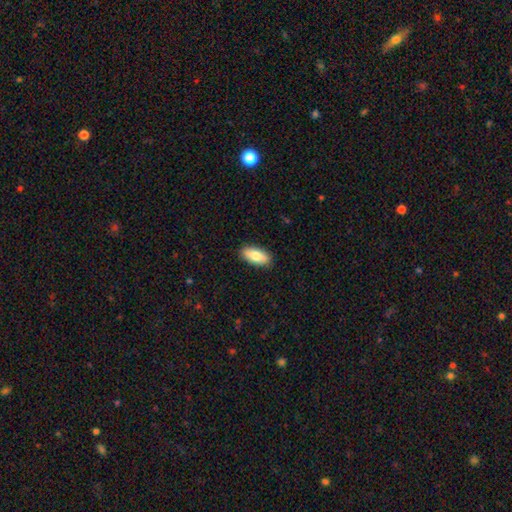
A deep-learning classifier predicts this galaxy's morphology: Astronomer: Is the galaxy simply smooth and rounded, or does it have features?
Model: smooth — 81%.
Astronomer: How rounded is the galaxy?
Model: in between — 86%.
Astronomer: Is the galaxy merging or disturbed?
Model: none — 90%.